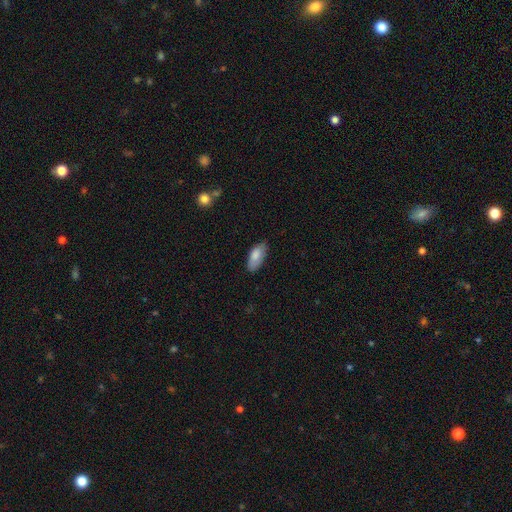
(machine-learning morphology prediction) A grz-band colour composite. It shows a smooth galaxy with no disk features (84%) that is in between round and cigar-shaped (89%). Merging: none (75%).